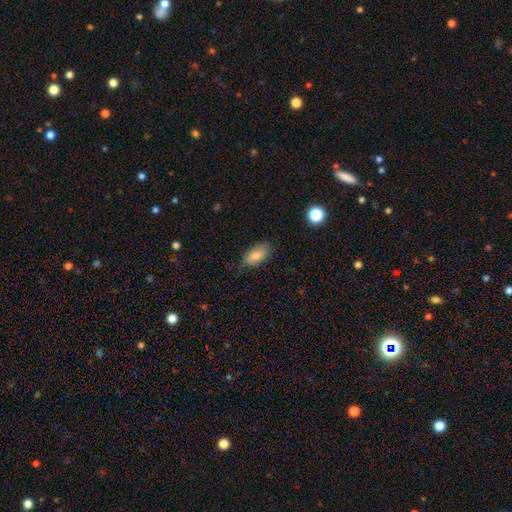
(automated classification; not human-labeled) smooth-or-featured: smooth: 77% | featured or disk: 15% | star or artifact: 7%
  how-rounded: in between: 90% | cigar-shaped: 6% | round: 3%
  merging: none: 77% | minor disturbance: 19% | major disturbance: 3% | merger: 1%